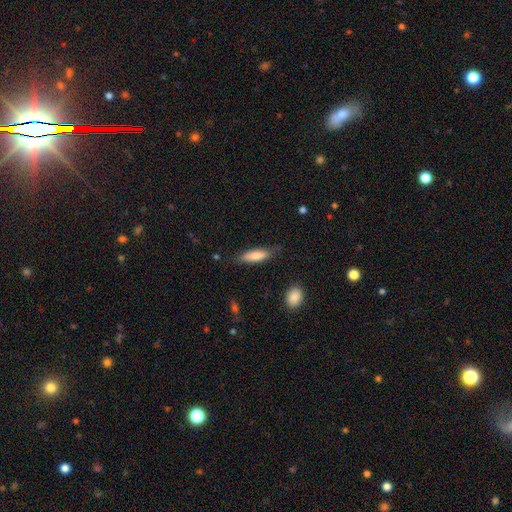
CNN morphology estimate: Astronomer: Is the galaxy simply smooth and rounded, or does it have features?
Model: smooth — 79%.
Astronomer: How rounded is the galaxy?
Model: cigar-shaped — 53% (runner-up: in between, 45%).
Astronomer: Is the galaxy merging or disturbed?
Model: none — 74%.